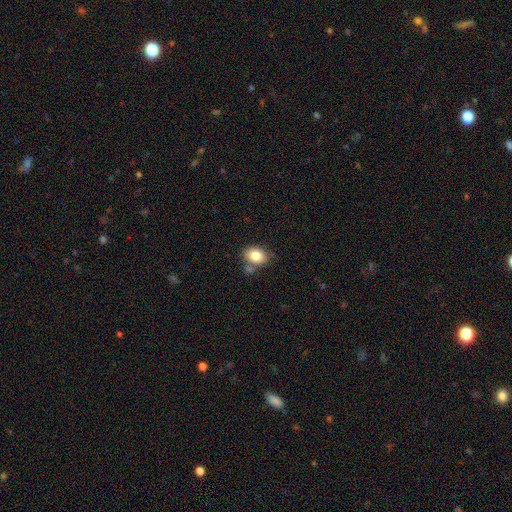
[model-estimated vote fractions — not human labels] Overall: smooth (82%). How rounded: in between (67%; round 32%). Merging: none (63%).